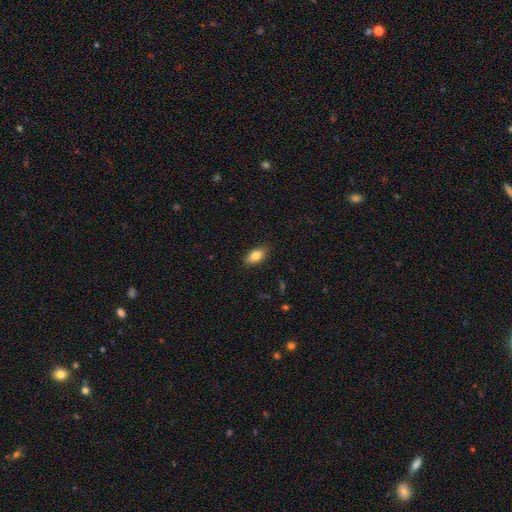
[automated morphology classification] Overall: smooth (81%). How rounded: in between (88%). Merging: none (87%).